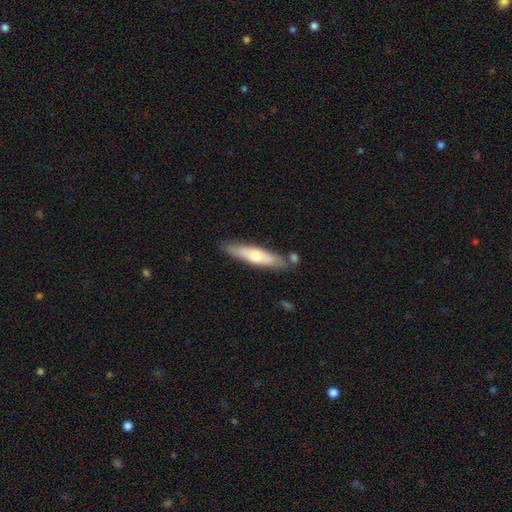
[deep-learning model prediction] This appears to be a smooth galaxy with no disk features (57%) that is cigar-shaped (79%). Merging: none (75%).